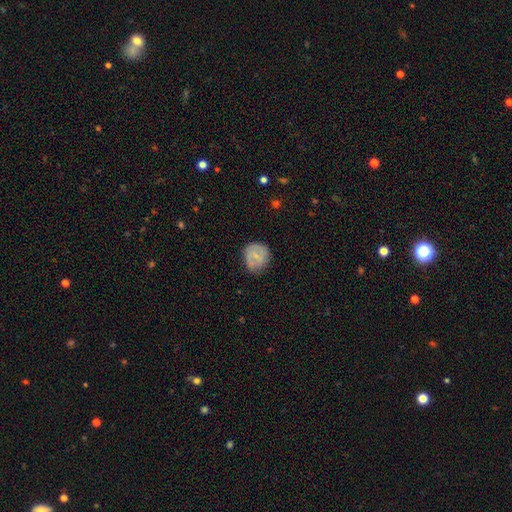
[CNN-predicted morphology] type=smooth (61%); roundness=round (82%); merging=none (64%).